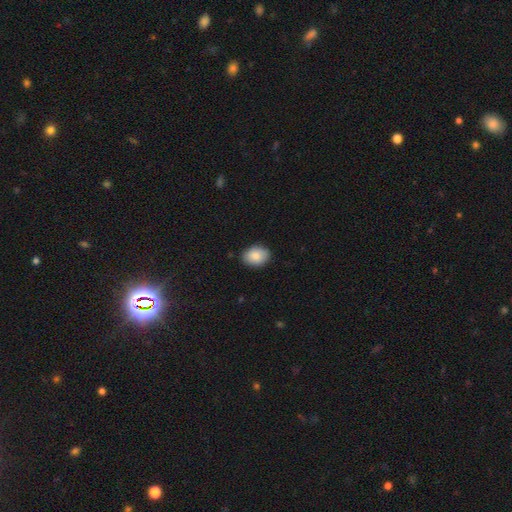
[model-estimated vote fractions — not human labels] Smooth or featured?
  - smooth: 85% *
  - featured or disk: 8%
  - star or artifact: 7%
How rounded?
  - in between: 71% *
  - round: 28%
  - cigar-shaped: 1%
Merging?
  - none: 85% *
  - minor disturbance: 12%
  - major disturbance: 2%
  - merger: 1%